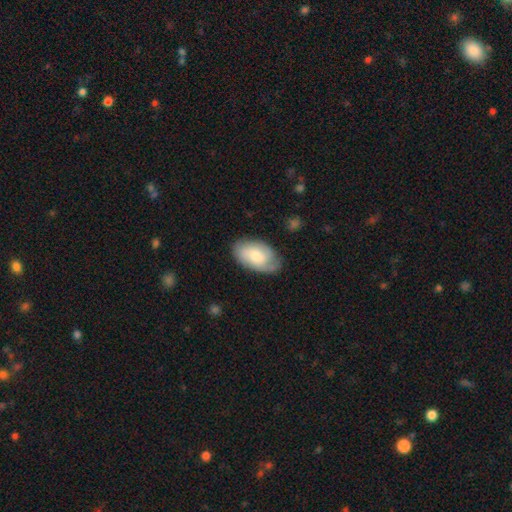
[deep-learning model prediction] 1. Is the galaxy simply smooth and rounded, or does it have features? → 58% smooth, 36% featured or disk, 6% star or artifact.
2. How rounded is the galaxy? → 92% in between, 6% round, 2% cigar-shaped.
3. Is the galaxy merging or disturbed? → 72% none, 21% minor disturbance, 5% major disturbance, 2% merger.